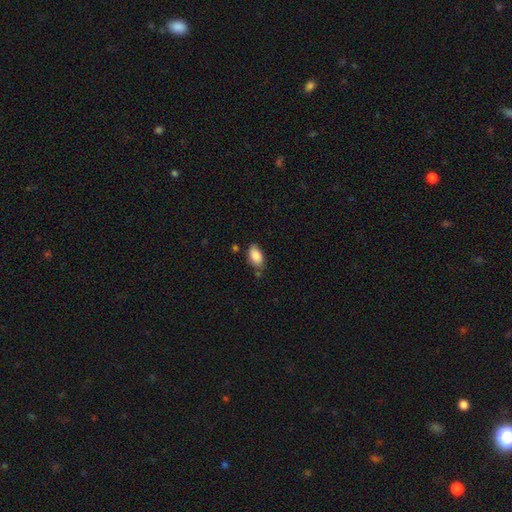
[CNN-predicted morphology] Smooth or featured: smooth — 87% (star or artifact — 7%)
How rounded: in between — 93% (round — 4%)
Merging: none — 70% (minor disturbance — 21%)